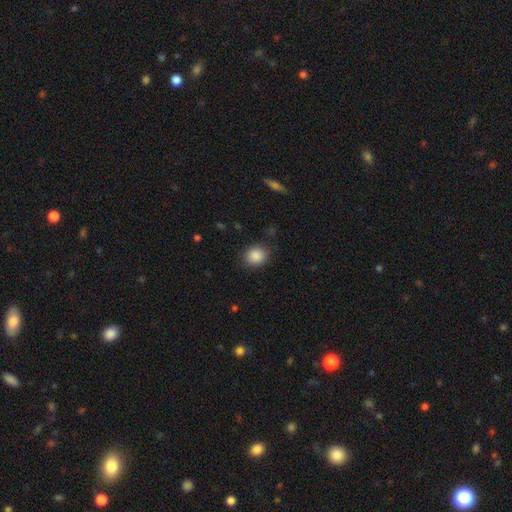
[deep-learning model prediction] smooth-or-featured: smooth: 87% | star or artifact: 9% | featured or disk: 4%
  how-rounded: round: 71% | in between: 28% | cigar-shaped: 1%
  merging: none: 84% | minor disturbance: 11% | major disturbance: 3% | merger: 1%